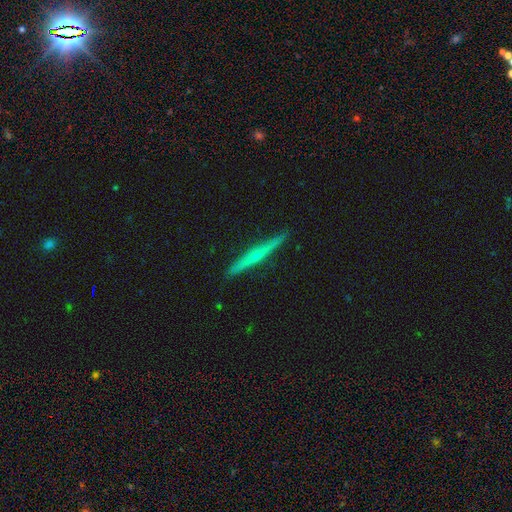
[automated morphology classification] A featured or disk galaxy (63%) viewed edge-on (98%) with no central bulge (50%).

Vote fractions:
- Smooth or featured? featured or disk: 63% / smooth: 31% / star or artifact: 6%
- Edge-on disk? yes: 98% / no: 2%
- Edge-on bulge? none: 50% / rounded: 44% / boxy: 6%
- Merging? none: 91% / minor disturbance: 7% / major disturbance: 1% / merger: 1%